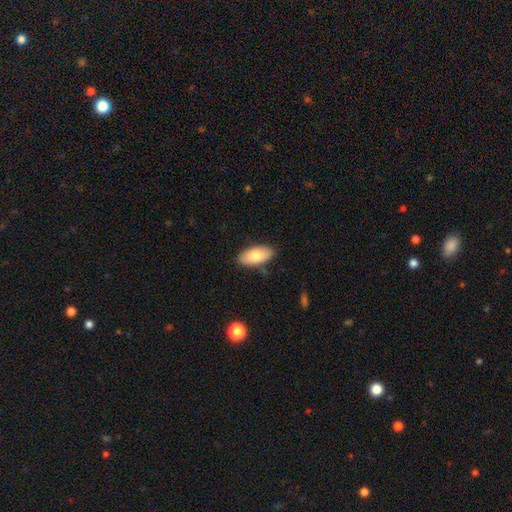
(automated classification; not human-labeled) Smooth or featured? smooth (76%)
How rounded? in between (93%)
Merging? none (84%)